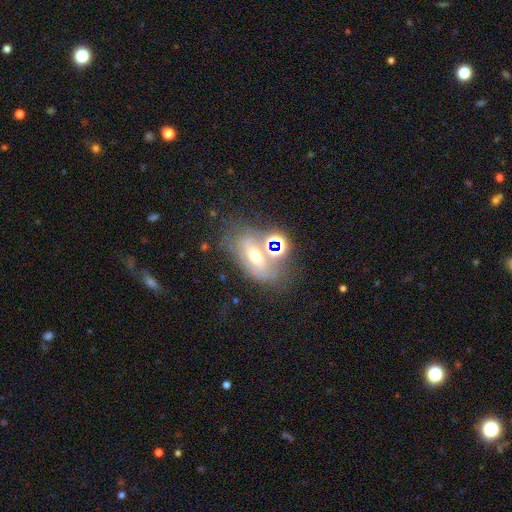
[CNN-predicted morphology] Smooth or featured? Predicted: featured or disk (p=0.53). Edge-on disk? Predicted: no (p=0.87). Merging? Predicted: none (p=0.51).